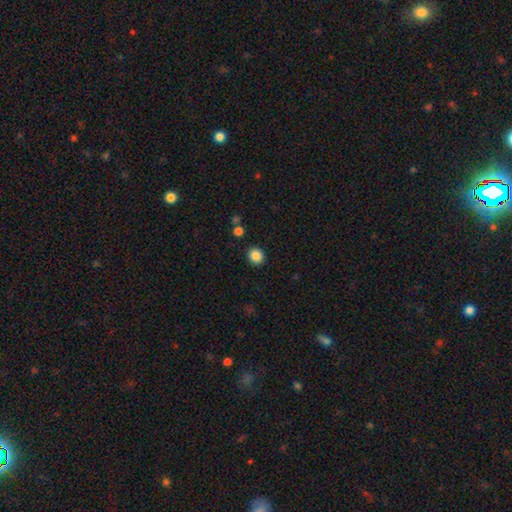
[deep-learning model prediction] Q: Smooth or featured?
A: smooth (86%); runner-up: star or artifact (10%)
Q: How rounded?
A: round (81%); runner-up: in between (18%)
Q: Merging?
A: none (91%); runner-up: minor disturbance (6%)